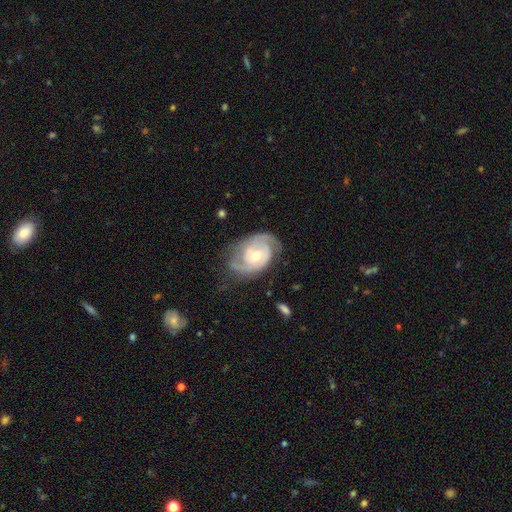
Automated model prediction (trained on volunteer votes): The model was most divided on "bar": no: 55%, weak: 38%, strong: 8%. More confident: edge-on disk — no (97%); spiral arms — yes (97%); smooth or featured — featured or disk (89%); spiral arm count — 2 (76%); merging — none (70%); bulge size — moderate (66%); spiral winding — tight (55%).